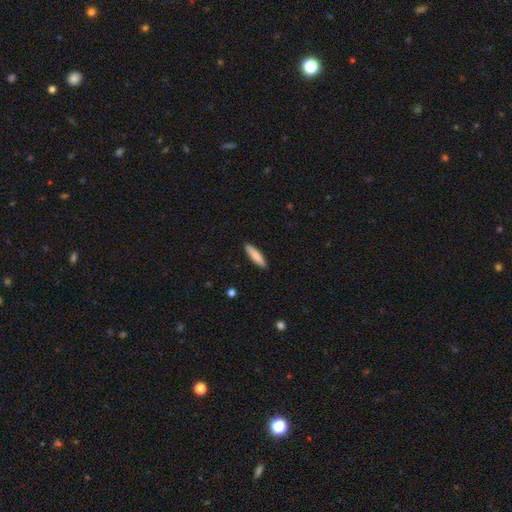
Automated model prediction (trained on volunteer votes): smooth-or-featured: smooth: 83% | featured or disk: 11% | star or artifact: 5%
  how-rounded: cigar-shaped: 81% | in between: 17% | round: 1%
  merging: none: 91% | minor disturbance: 7% | major disturbance: 1% | merger: 1%